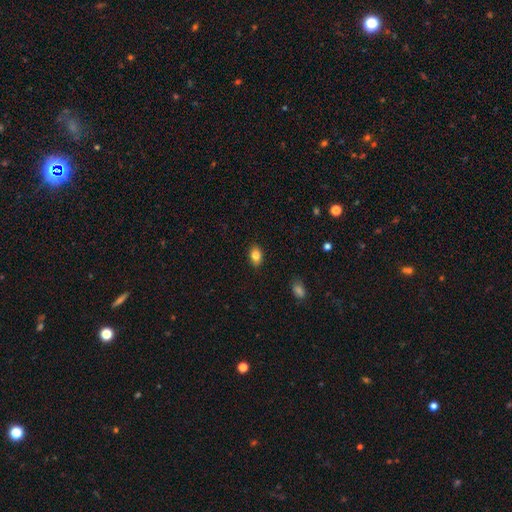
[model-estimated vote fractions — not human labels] This appears to be a smooth galaxy with no disk features (84%) that is in between round and cigar-shaped (81%). Merging: none (87%).